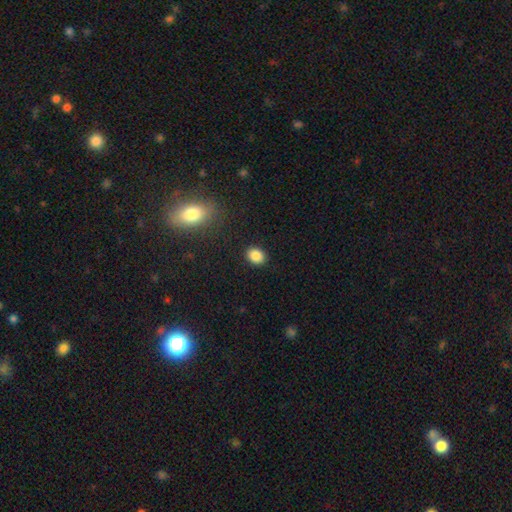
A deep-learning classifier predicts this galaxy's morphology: smooth_or_featured: smooth (p=0.86) [alt: star or artifact p=0.10]
how_rounded: in between (p=0.53) [alt: round p=0.46]
merging: none (p=0.89) [alt: minor disturbance p=0.07]